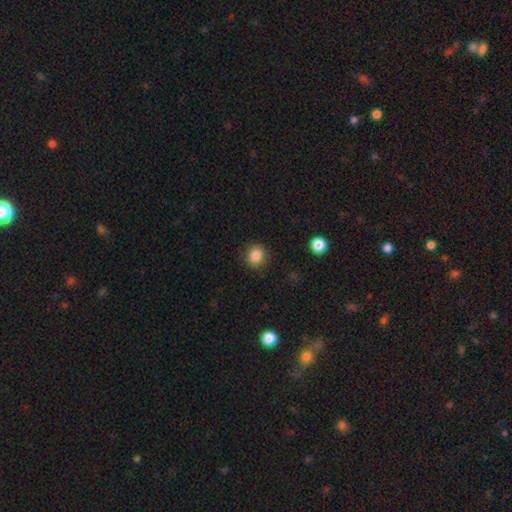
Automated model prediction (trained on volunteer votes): smooth-or-featured: smooth: 85% | star or artifact: 10% | featured or disk: 5%
  how-rounded: round: 84% | in between: 15% | cigar-shaped: 1%
  merging: none: 89% | minor disturbance: 8% | major disturbance: 2% | merger: 1%